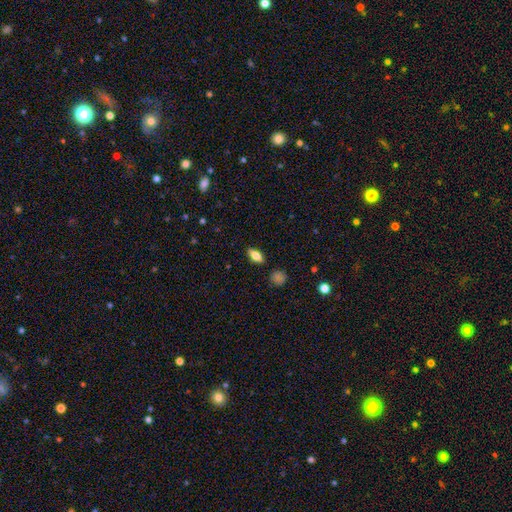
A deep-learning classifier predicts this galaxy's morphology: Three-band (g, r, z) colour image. It shows a smooth galaxy with no disk features (72%) that is in between round and cigar-shaped (79%). Merging: none (86%).